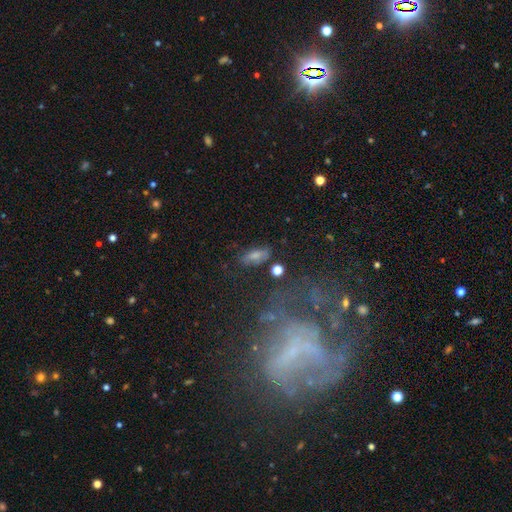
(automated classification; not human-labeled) A smooth galaxy with no disk features (68%) that is in between round and cigar-shaped (79%). Merging: none (69%).